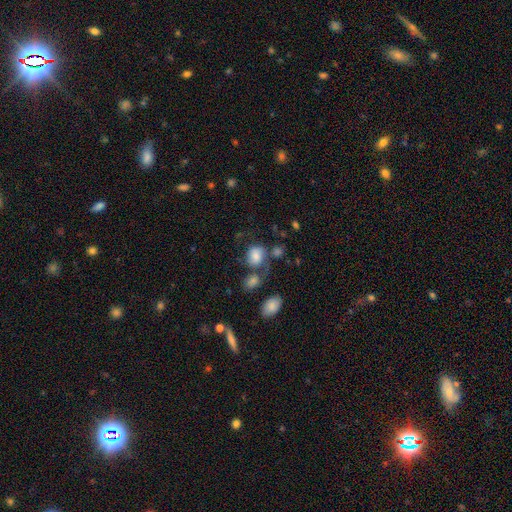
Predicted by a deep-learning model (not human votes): smooth_or_featured: smooth (p=0.69) [alt: featured or disk p=0.20]
how_rounded: round (p=0.54) [alt: in between p=0.45]
merging: none (p=0.38) [alt: merger p=0.25]